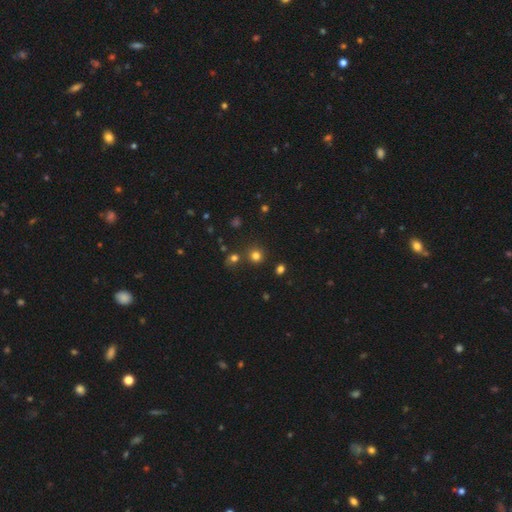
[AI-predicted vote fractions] A smooth galaxy with no disk features (75%) that is round (91%). Merging: none (80%).